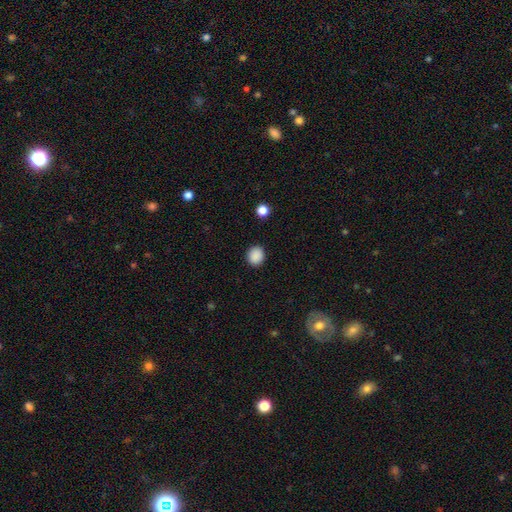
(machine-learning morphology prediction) smooth-or-featured: smooth: 88% | star or artifact: 9% | featured or disk: 2%
  how-rounded: round: 78% | in between: 22% | cigar-shaped: 1%
  merging: none: 90% | minor disturbance: 6% | major disturbance: 2% | merger: 1%